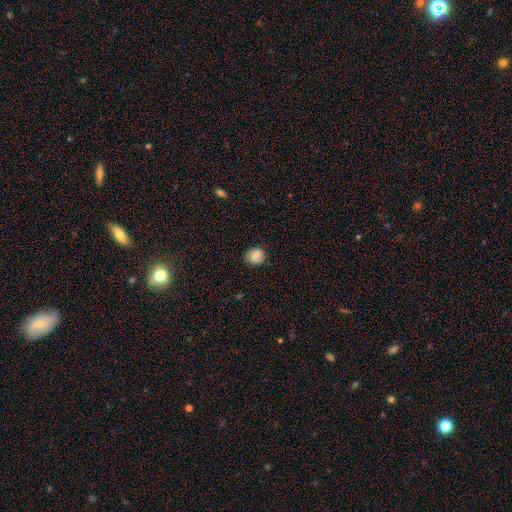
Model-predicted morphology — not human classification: Smooth or featured: smooth — 76% (featured or disk — 15%)
How rounded: round — 80% (in between — 19%)
Merging: none — 80% (minor disturbance — 15%)